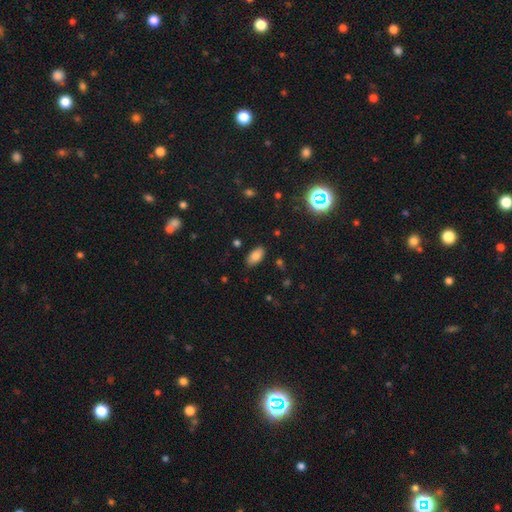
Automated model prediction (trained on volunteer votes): The model was most divided on "smooth or featured": smooth: 80%, star or artifact: 11%, featured or disk: 9%. More confident: how rounded — in between (92%); merging — none (85%).